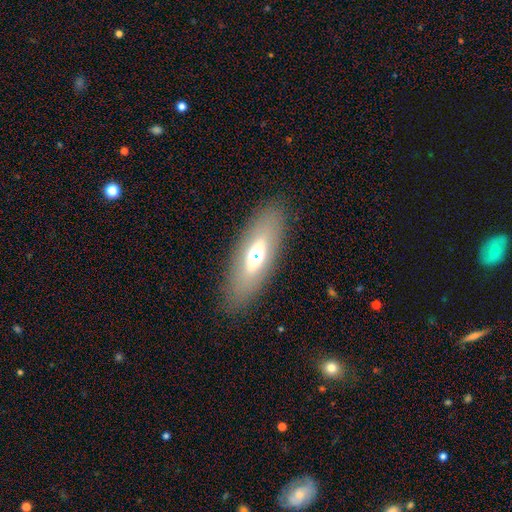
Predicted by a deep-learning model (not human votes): Overall: smooth (52%; featured or disk 38%). How rounded: in between (65%; cigar-shaped 30%). Merging: none (85%).